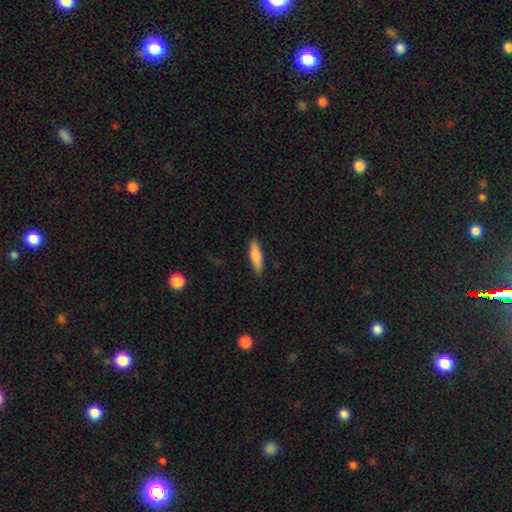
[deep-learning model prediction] A smooth galaxy with no disk features (79%) that is cigar-shaped (63%).

Vote fractions:
- Smooth or featured? smooth: 79% / featured or disk: 15% / star or artifact: 6%
- How rounded? cigar-shaped: 63% / in between: 35% / round: 2%
- Merging? none: 87% / minor disturbance: 10% / major disturbance: 2% / merger: 1%